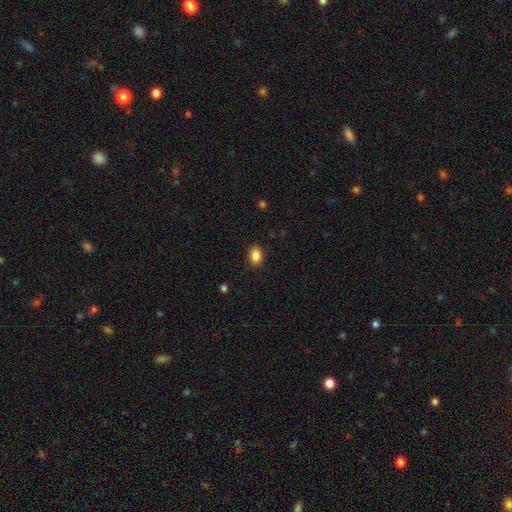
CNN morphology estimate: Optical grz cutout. It shows a smooth galaxy with no disk features (88%) that is in between round and cigar-shaped (81%). Merging: none (88%).